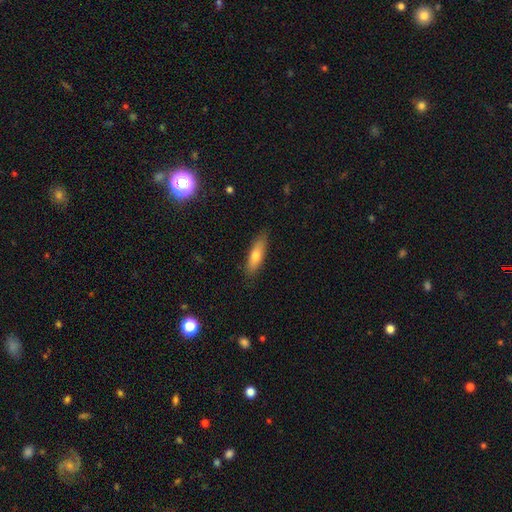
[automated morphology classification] A smooth galaxy with no disk features (69%) that is cigar-shaped (54%).

Vote fractions:
- Smooth or featured? smooth: 69% / featured or disk: 24% / star or artifact: 6%
- How rounded? cigar-shaped: 54% / in between: 44% / round: 2%
- Merging? none: 86% / minor disturbance: 11% / major disturbance: 2% / merger: 1%